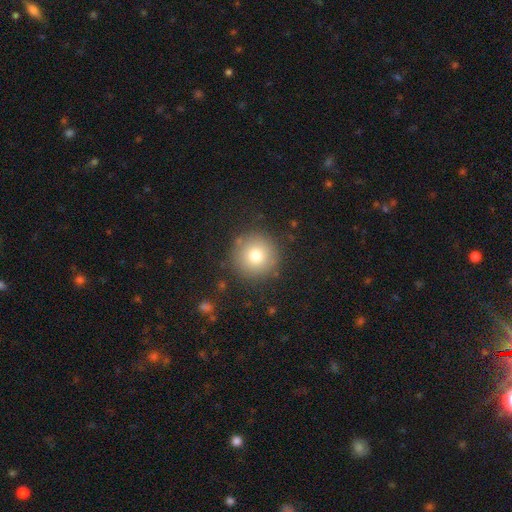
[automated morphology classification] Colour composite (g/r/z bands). It shows a smooth galaxy with no disk features (76%) that is round (96%). Merging: none (87%).